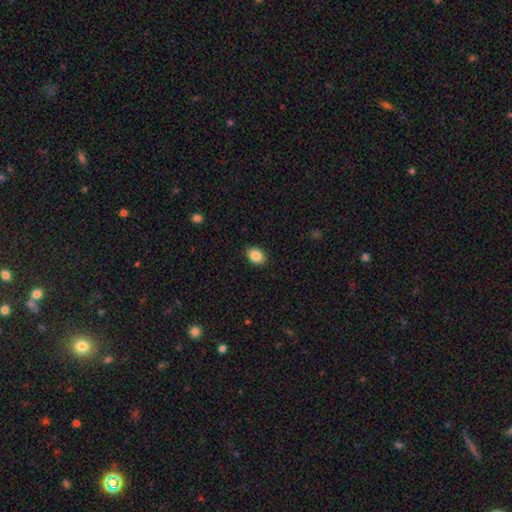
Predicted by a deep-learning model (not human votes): Smooth or featured?
  - smooth: 86% *
  - star or artifact: 9%
  - featured or disk: 6%
How rounded?
  - in between: 68% *
  - round: 31%
  - cigar-shaped: 1%
Merging?
  - none: 88% *
  - minor disturbance: 9%
  - major disturbance: 2%
  - merger: 1%